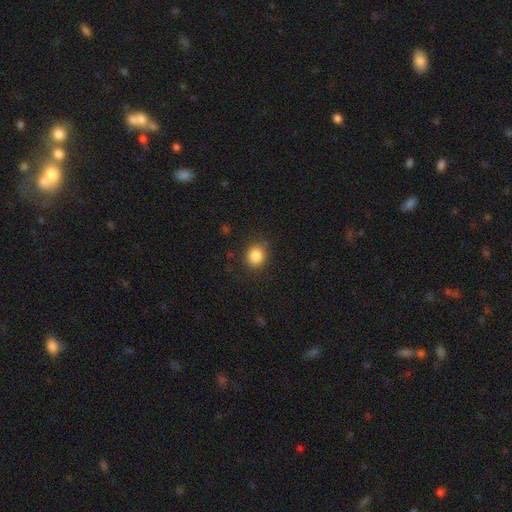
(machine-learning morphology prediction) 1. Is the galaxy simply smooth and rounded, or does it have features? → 85% smooth, 10% star or artifact, 5% featured or disk.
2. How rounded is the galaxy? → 74% round, 25% in between, 1% cigar-shaped.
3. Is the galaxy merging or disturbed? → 83% none, 12% minor disturbance, 4% major disturbance, 1% merger.